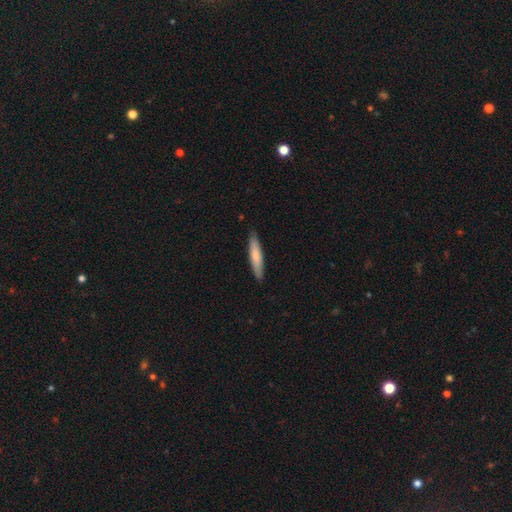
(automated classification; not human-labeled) Smooth or featured?
  - smooth: 73% *
  - featured or disk: 22%
  - star or artifact: 5%
How rounded?
  - cigar-shaped: 85% *
  - in between: 14%
  - round: 1%
Merging?
  - none: 88% *
  - minor disturbance: 9%
  - major disturbance: 2%
  - merger: 1%